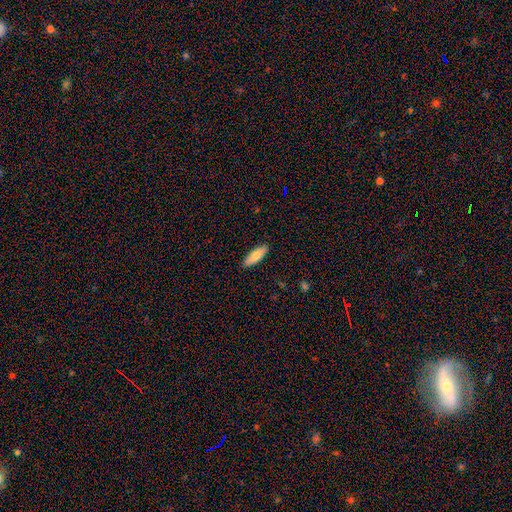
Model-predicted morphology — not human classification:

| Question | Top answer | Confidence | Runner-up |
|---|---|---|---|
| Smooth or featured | smooth | 80% | featured or disk (14%) |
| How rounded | in between | 62% | cigar-shaped (36%) |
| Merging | none | 89% | minor disturbance (8%) |